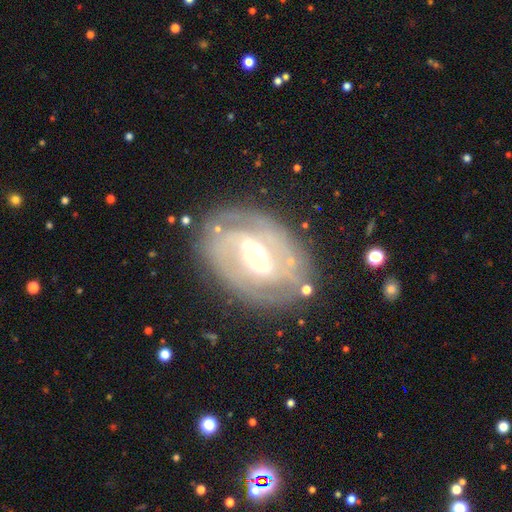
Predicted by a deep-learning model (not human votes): Smooth or featured: featured or disk — 84% (smooth — 10%)
Edge-on disk: no — 96% (yes — 4%)
Bar: weak — 44% (strong — 29%)
Spiral arms: yes — 90% (no — 10%)
Spiral winding: tight — 56% (medium — 34%)
Spiral arm count: 2 — 64% (can't tell — 18%)
Bulge size: moderate — 63% (small — 21%)
Merging: none — 78% (minor disturbance — 15%)